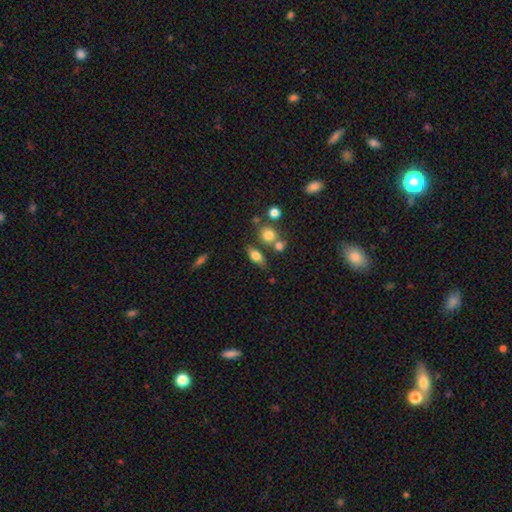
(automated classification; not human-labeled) smooth_or_featured: smooth (p=0.74) [alt: featured or disk p=0.16]
how_rounded: in between (p=0.74) [alt: round p=0.15]
merging: none (p=0.62) [alt: merger p=0.16]